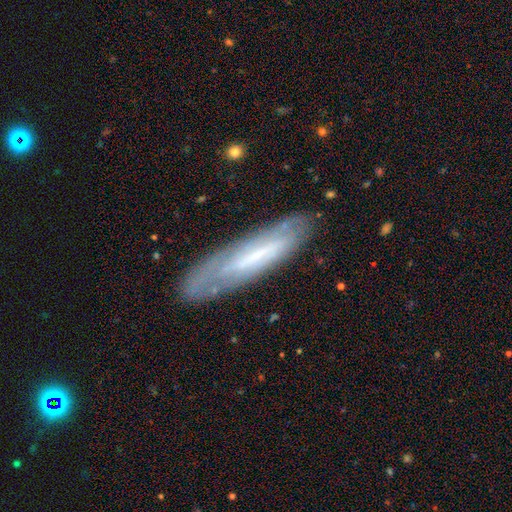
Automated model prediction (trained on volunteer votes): Smooth or featured? Predicted: featured or disk (p=0.61). Edge-on disk? Predicted: no (p=0.54). Merging? Predicted: none (p=0.77).